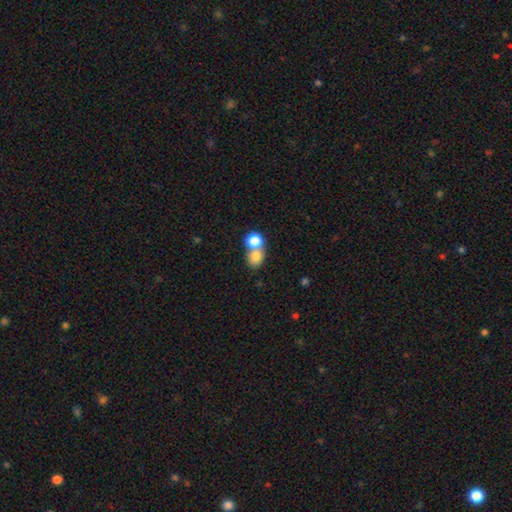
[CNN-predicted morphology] Overall: smooth (79%). How rounded: round (59%; in between 39%). Merging: merger (61%; none 30%).